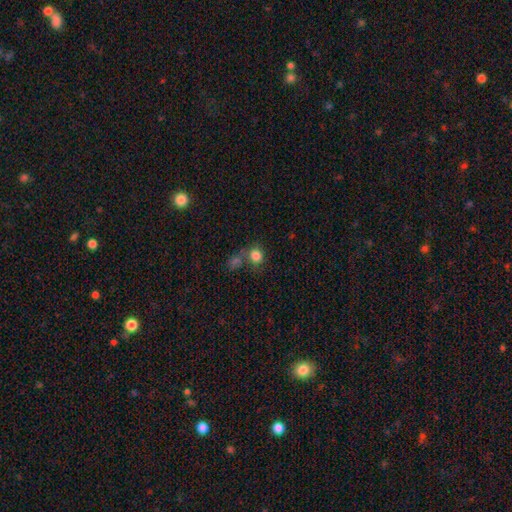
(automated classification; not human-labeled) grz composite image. It shows a smooth galaxy with no disk features (81%) that is round (78%). Merging: none (51%).